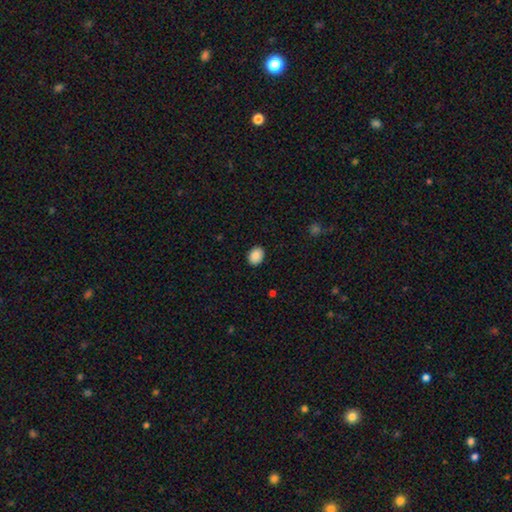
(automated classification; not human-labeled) smooth 89%, star or artifact 8%, featured or disk 4%. Down the decision tree: how rounded — in between (60%); merging — none (89%).